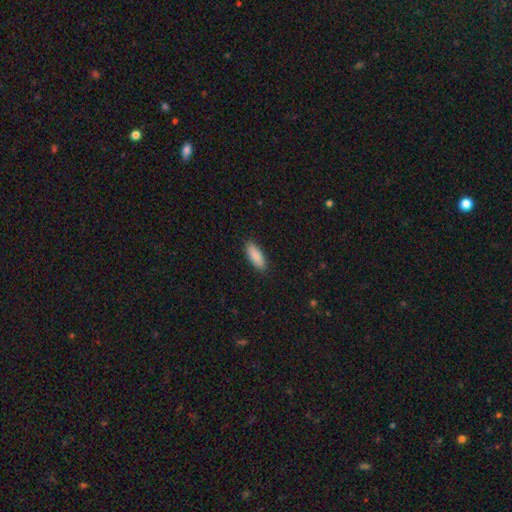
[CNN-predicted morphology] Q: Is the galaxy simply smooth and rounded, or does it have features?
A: smooth — 90%.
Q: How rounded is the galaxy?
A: in between — 67%.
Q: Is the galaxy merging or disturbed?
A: none — 89%.